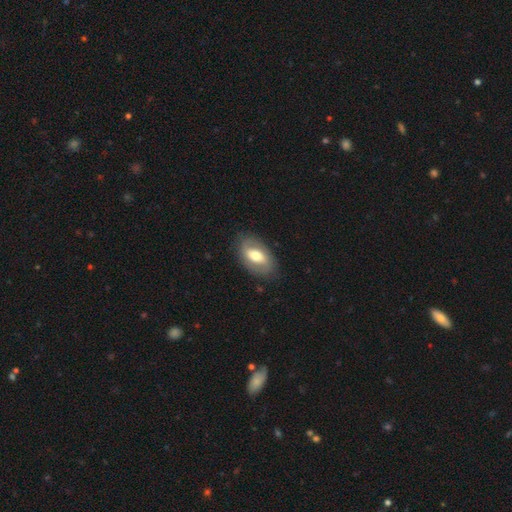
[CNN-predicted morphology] This appears to be a featured or disk galaxy (48%). Merging: none (80%).